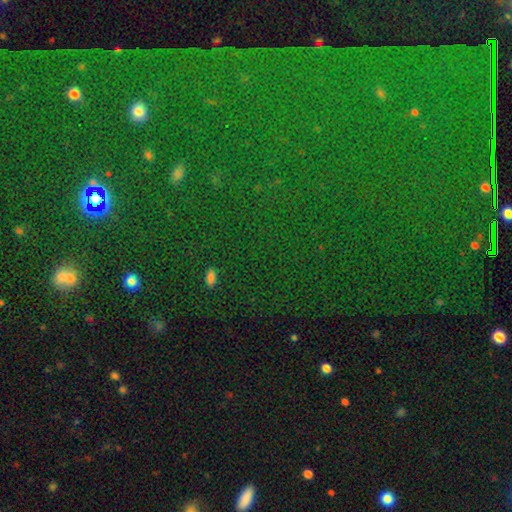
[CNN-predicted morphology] Smooth or featured? Predicted: star or artifact (p=0.81).